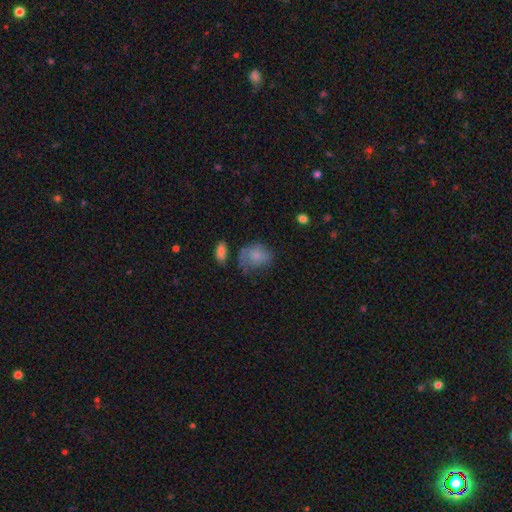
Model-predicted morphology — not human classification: type=smooth (74%); roundness=in between (50%); merging=none (44%).